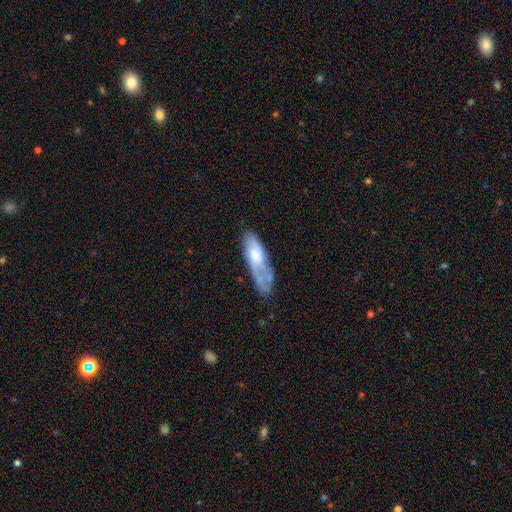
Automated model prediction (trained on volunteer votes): Overall: smooth (51%; featured or disk 42%). How rounded: in between (55%; cigar-shaped 43%). Merging: none (45%; minor disturbance 31%).